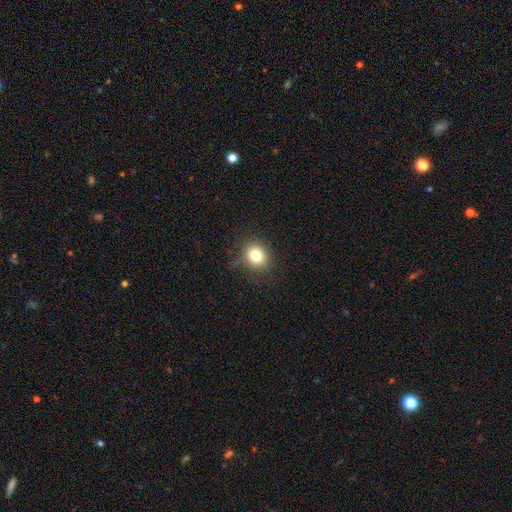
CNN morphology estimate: A smooth galaxy with no disk features (79%) that is round (75%). Merging: none (85%).